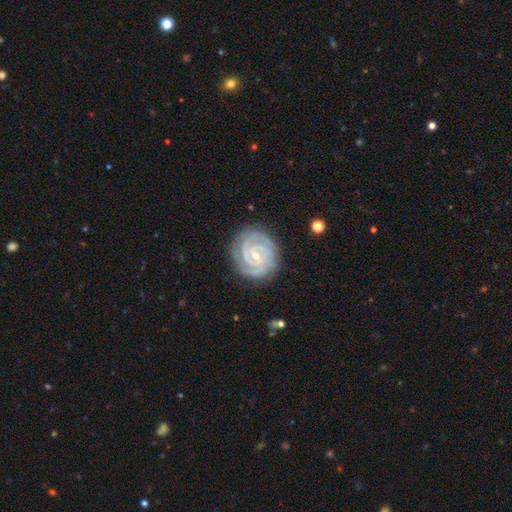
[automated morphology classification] This appears to be a featured or disk galaxy (89%) with no bar (50%), 2 (34%) tight (80%) spiral arms (98%) and a small central bulge (77%). Merging: none (82%).